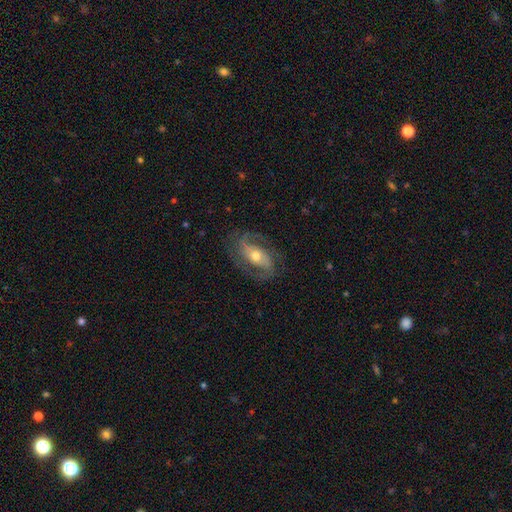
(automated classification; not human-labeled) Overall: featured or disk (84%). Edge-on disk: no (95%). Bar: weak (35%, tied with no). Spiral arms: yes (94%). Spiral arm count: 2 (85%). Spiral winding: medium (51%; tight 26%). Bulge size: moderate (61%; small 30%). Merging: none (76%).